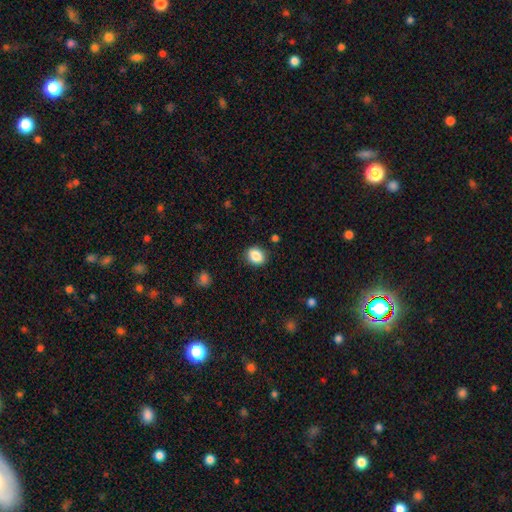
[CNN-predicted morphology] A smooth galaxy with no disk features (87%) that is in between round and cigar-shaped (59%). Merging: none (86%).